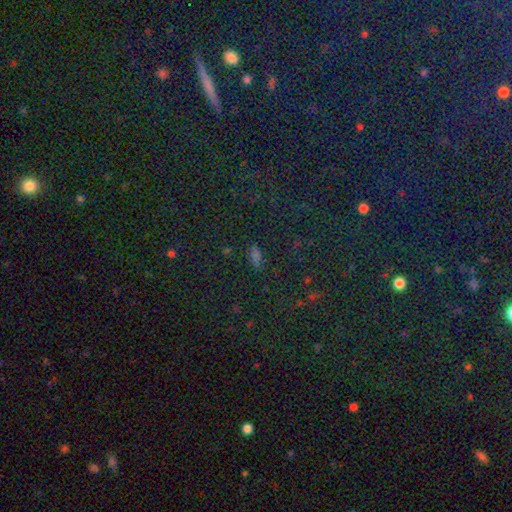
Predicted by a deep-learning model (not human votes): Smooth or featured: smooth — 57% (star or artifact — 35%)
How rounded: in between — 81% (cigar-shaped — 12%)
Merging: none — 77% (minor disturbance — 14%)